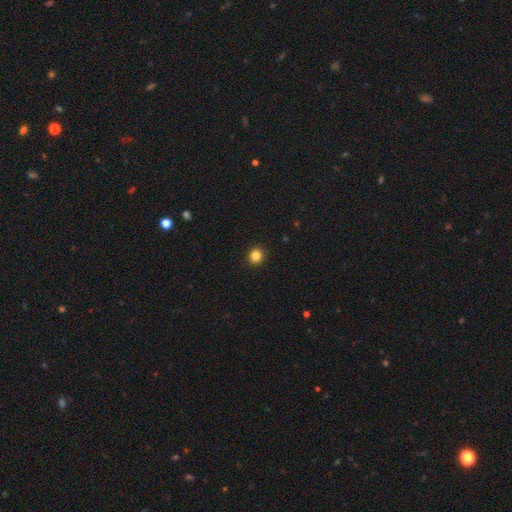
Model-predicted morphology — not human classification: A smooth galaxy with no disk features (84%) that is round (90%). Merging: none (93%).